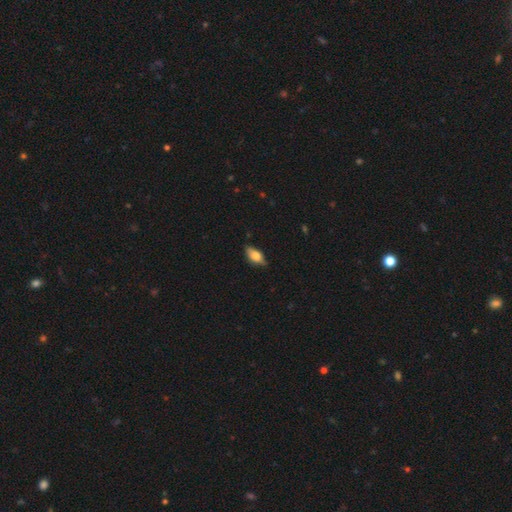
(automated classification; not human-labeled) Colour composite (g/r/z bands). It shows a smooth galaxy with no disk features (69%) that is in between round and cigar-shaped (87%). Merging: none (71%).